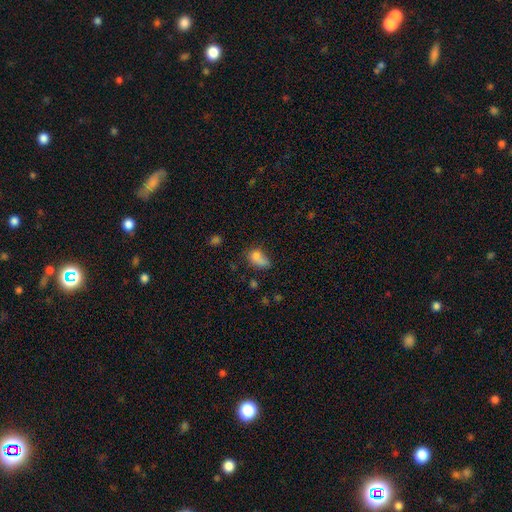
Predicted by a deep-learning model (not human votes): smooth_or_featured: smooth (p=0.77) [alt: featured or disk p=0.11]
how_rounded: in between (p=0.82) [alt: round p=0.15]
merging: none (p=0.33) [alt: minor disturbance p=0.29]